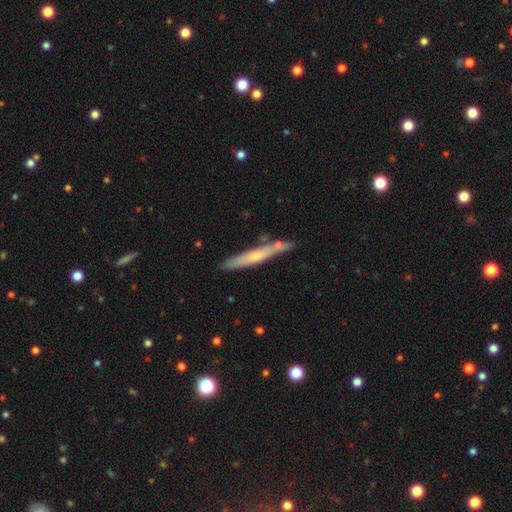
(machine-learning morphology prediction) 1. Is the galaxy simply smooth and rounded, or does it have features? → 52% smooth, 42% featured or disk, 6% star or artifact.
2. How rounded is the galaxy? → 95% cigar-shaped, 4% in between, 1% round.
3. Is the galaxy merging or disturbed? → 77% none, 13% minor disturbance, 7% merger, 2% major disturbance.